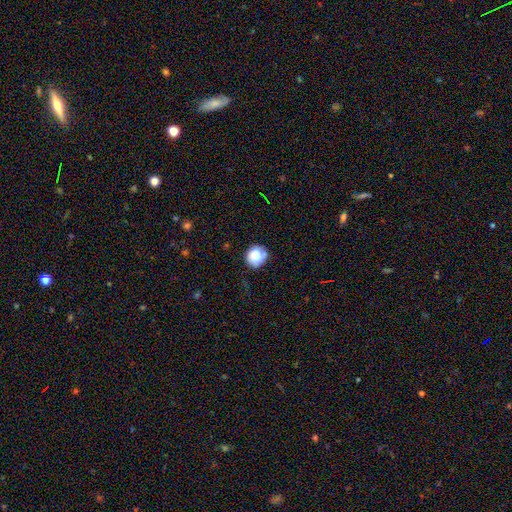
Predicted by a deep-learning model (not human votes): A smooth galaxy with no disk features (80%) that is round (90%). Merging: none (72%).